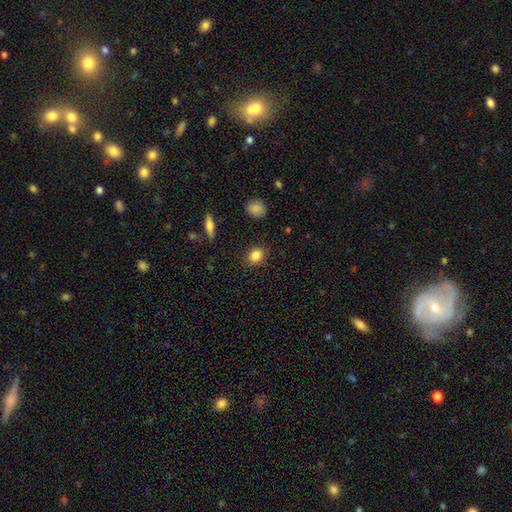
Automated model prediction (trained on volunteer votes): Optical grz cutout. It shows a smooth galaxy with no disk features (85%) that is in between round and cigar-shaped (50%). Merging: none (87%).